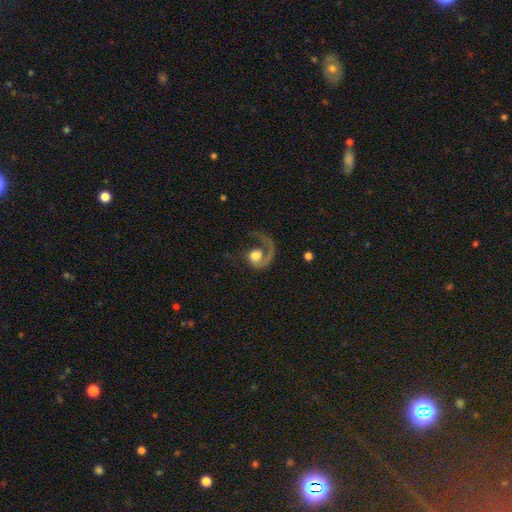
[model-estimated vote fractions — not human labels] featured or disk 71%, smooth 22%, star or artifact 7%. Down the decision tree: edge-on disk — no (98%); bar — no (75%); spiral arms — yes (90%); spiral arm count — 1 (90%); spiral winding — loose (47%); bulge size — large (39%); merging — major disturbance (46%).